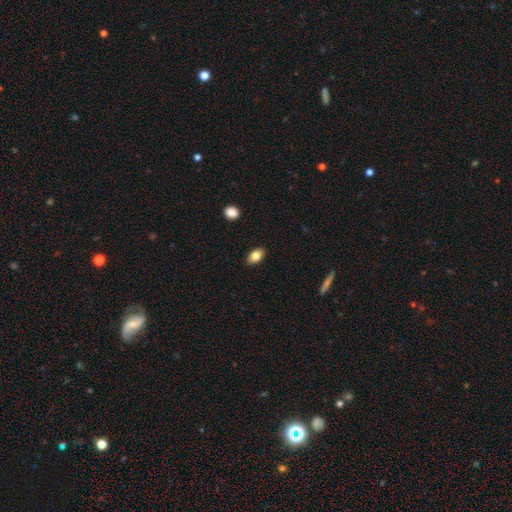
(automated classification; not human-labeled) smooth-or-featured: smooth: 81% | featured or disk: 11% | star or artifact: 8%
  how-rounded: in between: 89% | round: 9% | cigar-shaped: 3%
  merging: none: 88% | minor disturbance: 9% | major disturbance: 2% | merger: 1%